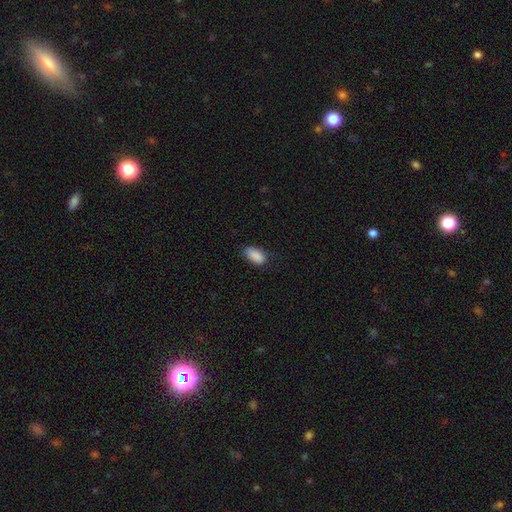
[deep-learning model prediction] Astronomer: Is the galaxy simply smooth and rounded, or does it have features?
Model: smooth — 89%.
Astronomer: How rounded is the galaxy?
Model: in between — 91%.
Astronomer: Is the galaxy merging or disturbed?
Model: none — 74%.